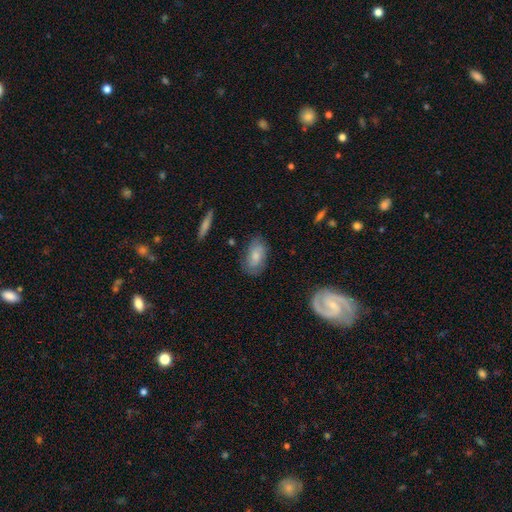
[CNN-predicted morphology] type=smooth (64%); roundness=in between (90%); merging=none (76%).